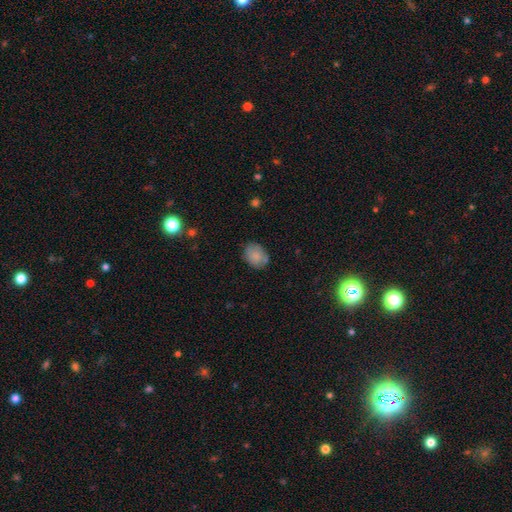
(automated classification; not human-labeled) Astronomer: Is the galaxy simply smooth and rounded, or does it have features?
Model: smooth — 83%.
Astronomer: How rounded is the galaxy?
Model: in between — 64%.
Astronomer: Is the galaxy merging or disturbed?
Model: none — 74%.